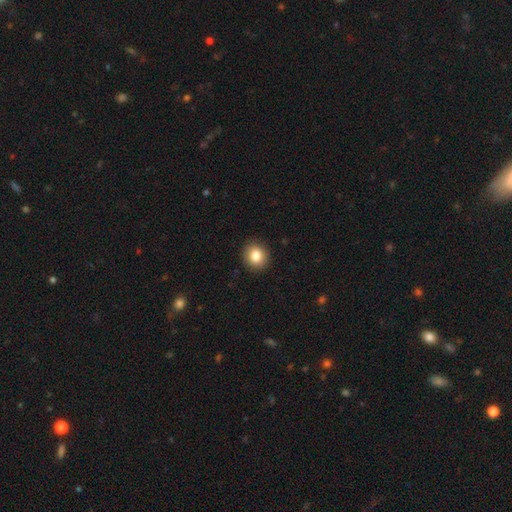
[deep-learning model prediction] Smooth or featured? smooth (83%)
How rounded? round (81%)
Merging? none (91%)